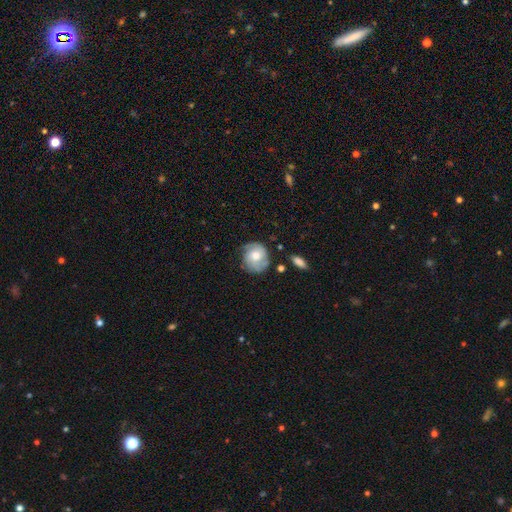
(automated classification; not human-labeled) Morphology: type=featured or disk (49%); merging=none (65%).